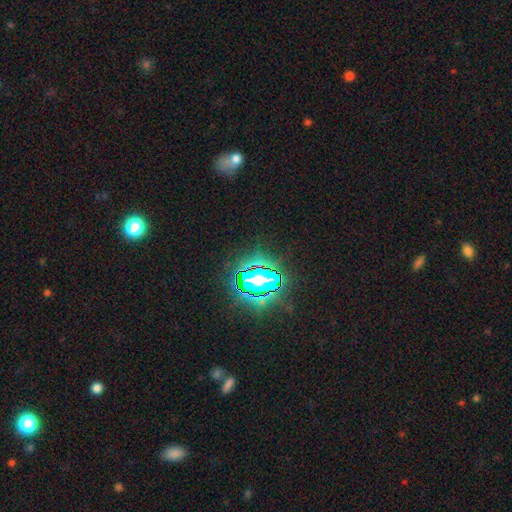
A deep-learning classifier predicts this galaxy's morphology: star or artifact 80%, smooth 12%, featured or disk 8%.